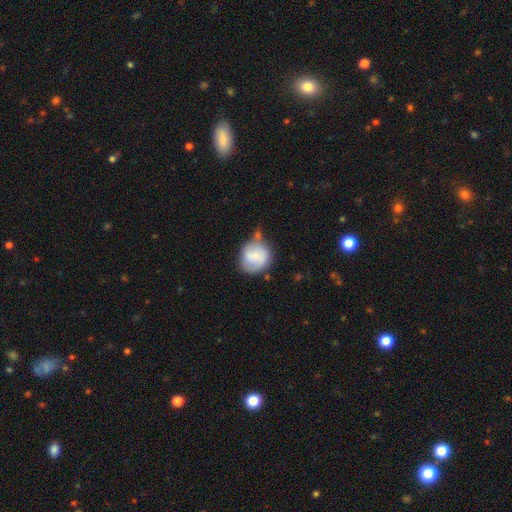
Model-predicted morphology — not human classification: smooth 66%, featured or disk 27%, star or artifact 7%. Down the decision tree: how rounded — round (85%); merging — none (48%).